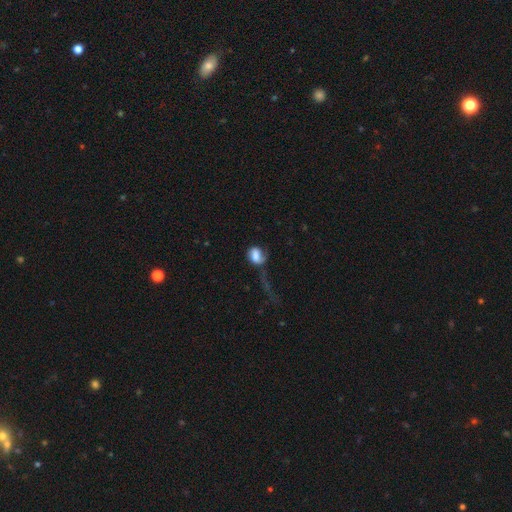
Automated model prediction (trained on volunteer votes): Overall: smooth (59%; featured or disk 31%). How rounded: in between (61%; round 37%). Merging: major disturbance (50%; none 24%).